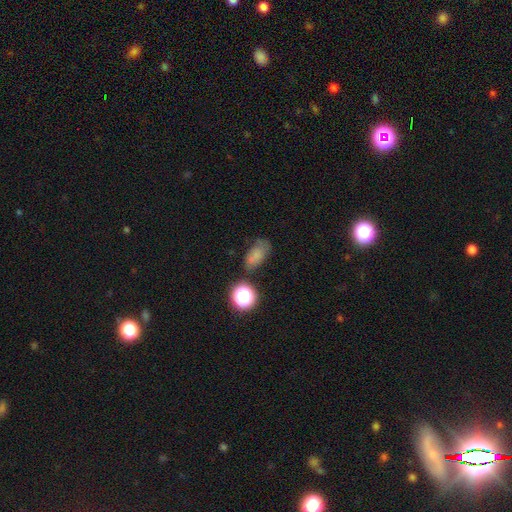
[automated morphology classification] Smooth or featured: smooth — 67% (star or artifact — 17%)
How rounded: in between — 83% (round — 13%)
Merging: none — 53% (minor disturbance — 26%)